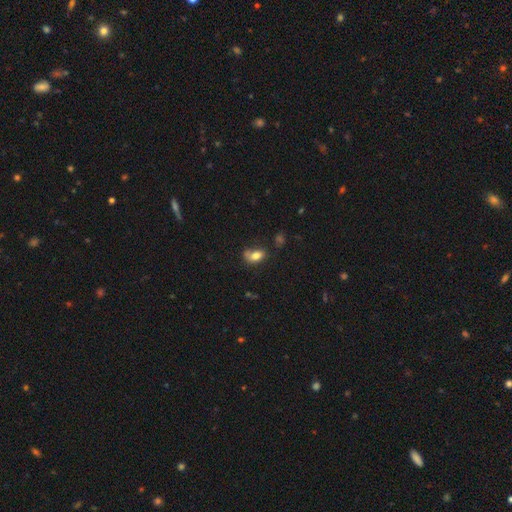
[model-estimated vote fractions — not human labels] This is likely a smooth galaxy (78%). How rounded: clearly in between (85%). Merging: marginally none (44%).